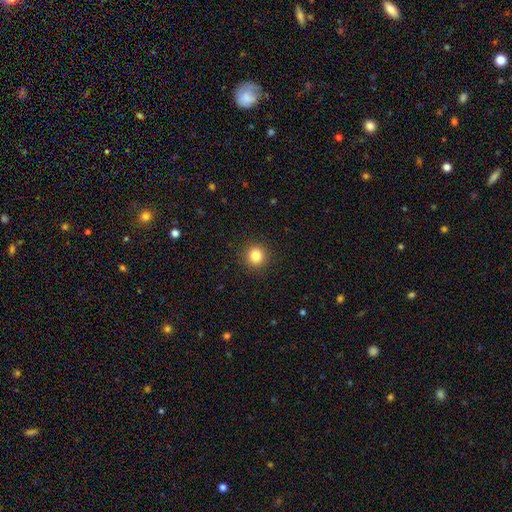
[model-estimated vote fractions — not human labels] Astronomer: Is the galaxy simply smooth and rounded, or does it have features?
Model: smooth — 84%.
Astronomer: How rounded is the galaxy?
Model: round — 93%.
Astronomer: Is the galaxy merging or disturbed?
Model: none — 92%.